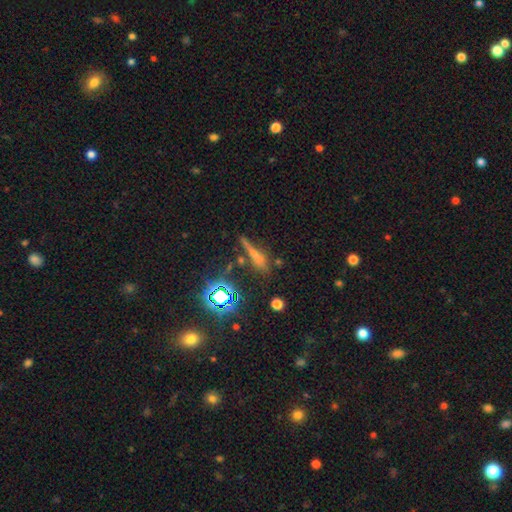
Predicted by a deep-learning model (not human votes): Smooth or featured?
  - smooth: 44% *
  - star or artifact: 30%
  - featured or disk: 26%
Merging?
  - none: 56% *
  - minor disturbance: 20%
  - merger: 13%
  - major disturbance: 12%